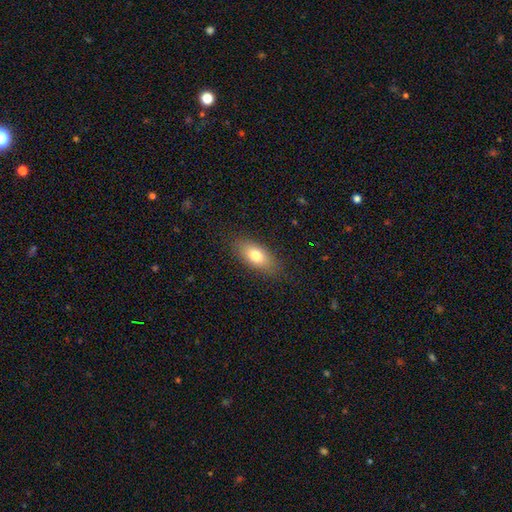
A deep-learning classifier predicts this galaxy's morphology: A smooth galaxy with no disk features (76%) that is in between round and cigar-shaped (85%). Merging: none (85%).